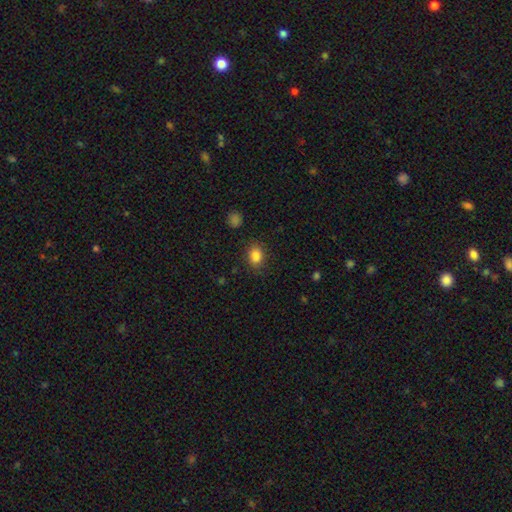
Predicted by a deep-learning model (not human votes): Q: Smooth or featured?
A: smooth (85%); runner-up: star or artifact (10%)
Q: How rounded?
A: in between (63%); runner-up: round (36%)
Q: Merging?
A: none (83%); runner-up: minor disturbance (12%)